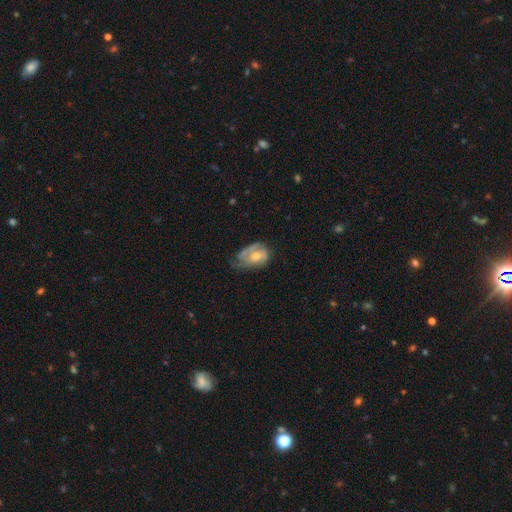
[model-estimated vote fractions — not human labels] Smooth or featured? Predicted: featured or disk (p=0.55). Edge-on disk? Predicted: no (p=0.96). Bar? Predicted: no (p=0.73). Spiral arms? Predicted: yes (p=0.66). Bulge size? Predicted: moderate (p=0.56). Merging? Predicted: minor disturbance (p=0.33).